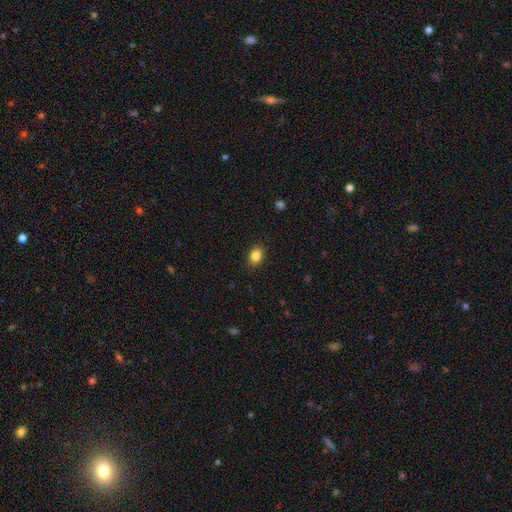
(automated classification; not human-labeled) This appears to be a smooth galaxy with no disk features (85%) that is in between round and cigar-shaped (72%). Merging: none (89%).